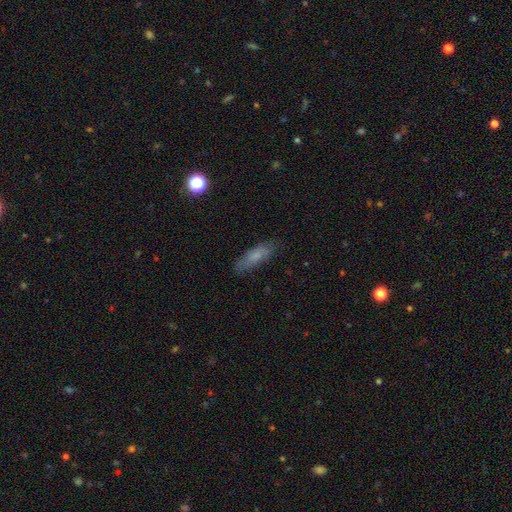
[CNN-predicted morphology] A smooth galaxy with no disk features (71%) that is cigar-shaped (53%). Merging: none (79%).